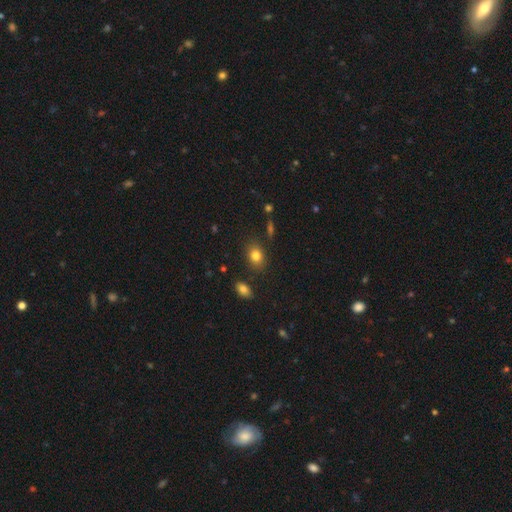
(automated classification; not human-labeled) The model was most divided on "how rounded": in between: 64%, round: 35%, cigar-shaped: 1%. More confident: merging — none (83%); smooth or featured — smooth (82%).